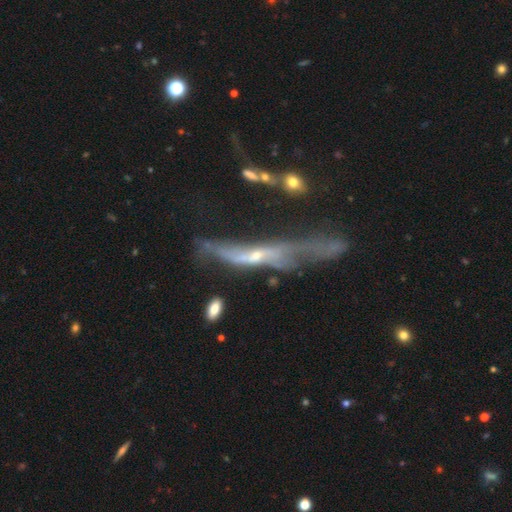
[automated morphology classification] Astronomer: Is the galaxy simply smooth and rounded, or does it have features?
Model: featured or disk — 66%.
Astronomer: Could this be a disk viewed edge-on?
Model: yes — 60% (runner-up: no, 40%).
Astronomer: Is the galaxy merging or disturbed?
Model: major disturbance — 36% (runner-up: none, 28%).